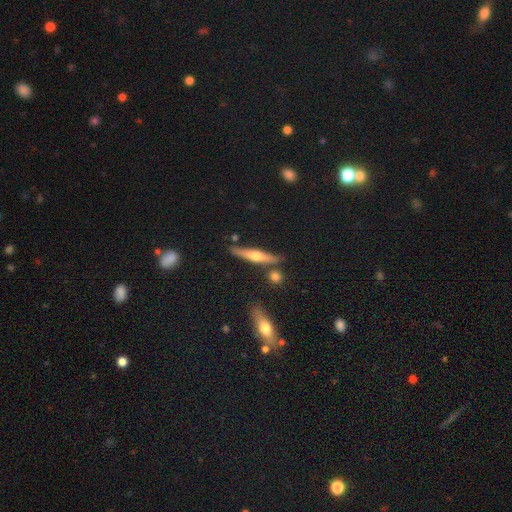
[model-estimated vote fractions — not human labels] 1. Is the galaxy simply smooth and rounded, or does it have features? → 60% featured or disk, 33% smooth, 7% star or artifact.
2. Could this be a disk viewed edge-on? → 95% yes, 5% no.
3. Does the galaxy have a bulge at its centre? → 89% rounded, 6% none, 5% boxy.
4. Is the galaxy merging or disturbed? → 80% none, 10% minor disturbance, 7% merger, 2% major disturbance.